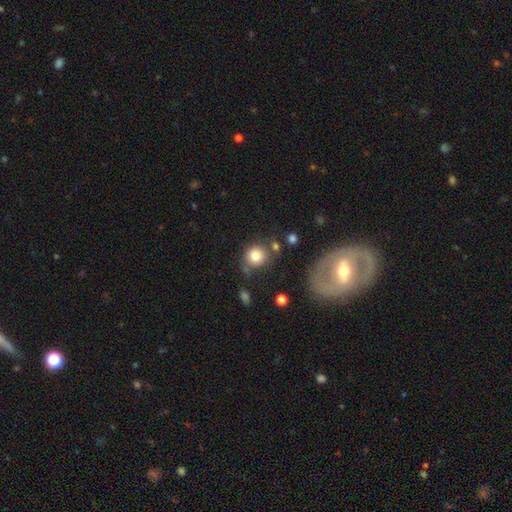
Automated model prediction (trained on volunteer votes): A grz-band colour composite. It shows a smooth galaxy with no disk features (81%) that is round (83%). Merging: none (63%).